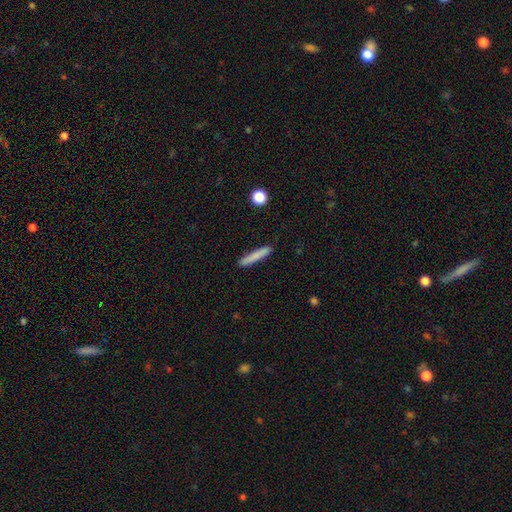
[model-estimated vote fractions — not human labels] This is likely a smooth galaxy (80%). How rounded: clearly cigar-shaped (94%). Merging: clearly none (89%).